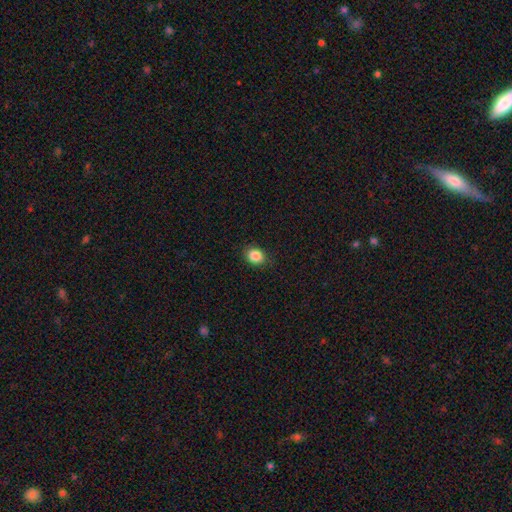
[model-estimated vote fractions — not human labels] smooth 87%, star or artifact 10%, featured or disk 4%. Down the decision tree: how rounded — round (59%); merging — none (87%).